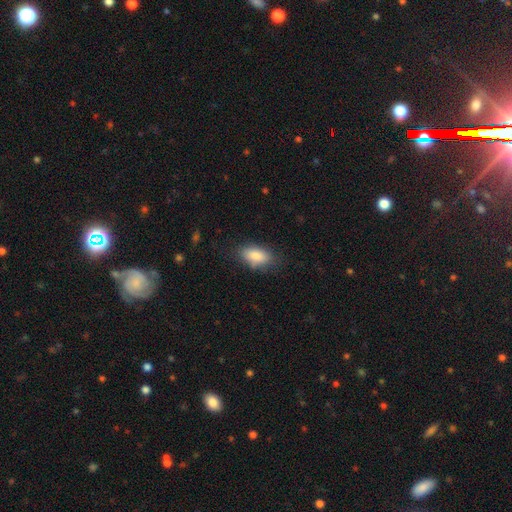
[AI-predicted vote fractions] Smooth or featured? Predicted: smooth (p=0.86). How rounded? Predicted: in between (p=0.90). Merging? Predicted: none (p=0.79).